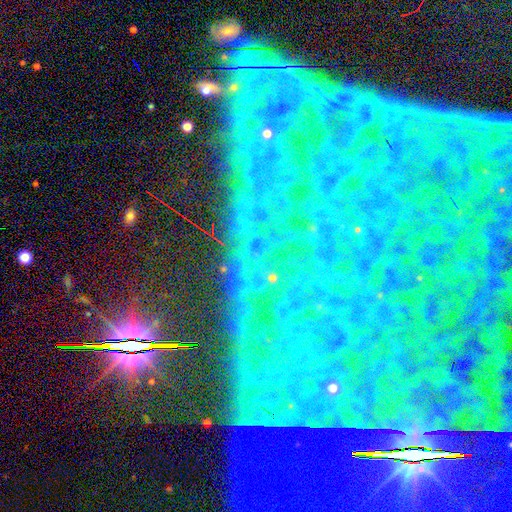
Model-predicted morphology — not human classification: A star or artifact, not a galaxy (84%).